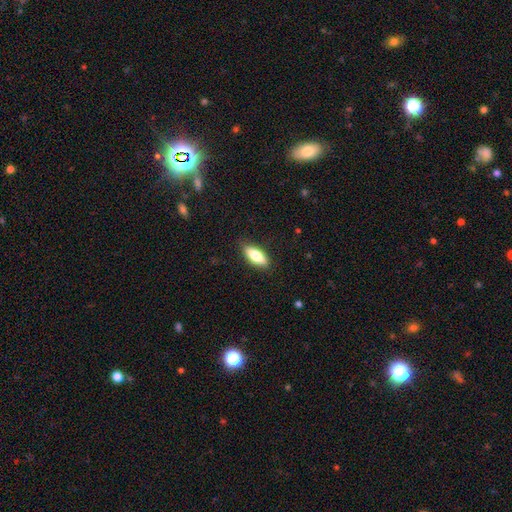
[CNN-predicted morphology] A smooth galaxy with no disk features (76%) that is in between round and cigar-shaped (72%).

Vote fractions:
- Smooth or featured? smooth: 76% / featured or disk: 18% / star or artifact: 6%
- How rounded? in between: 72% / cigar-shaped: 26% / round: 2%
- Merging? none: 85% / minor disturbance: 11% / major disturbance: 3% / merger: 1%